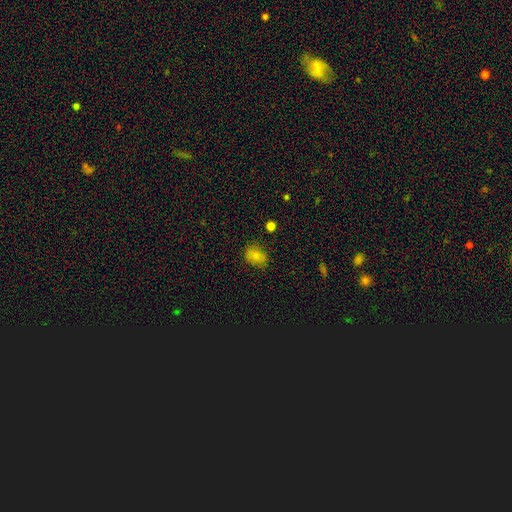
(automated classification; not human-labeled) smooth_or_featured: smooth (p=0.80) [alt: star or artifact p=0.11]
how_rounded: in between (p=0.63) [alt: round p=0.36]
merging: none (p=0.76) [alt: minor disturbance p=0.19]